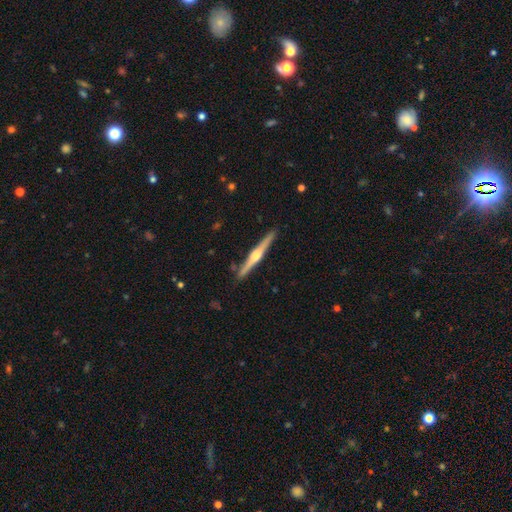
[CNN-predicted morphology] featured or disk 78%, smooth 17%, star or artifact 5%. Down the decision tree: edge-on disk — yes (99%); edge-on bulge — rounded (91%); merging — none (90%).